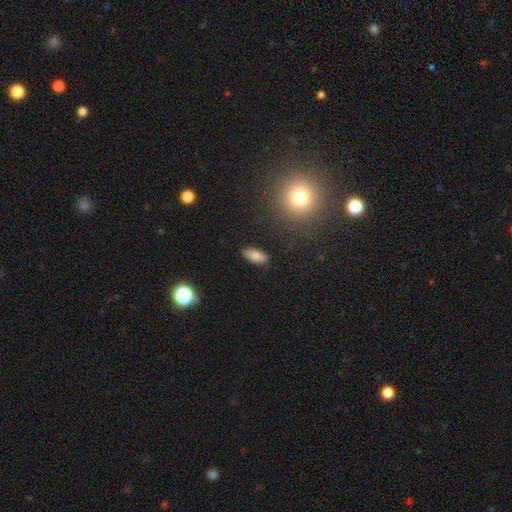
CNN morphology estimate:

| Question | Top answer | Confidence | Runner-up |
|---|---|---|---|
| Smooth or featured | smooth | 80% | featured or disk (11%) |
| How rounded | in between | 84% | cigar-shaped (13%) |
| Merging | none | 86% | minor disturbance (10%) |